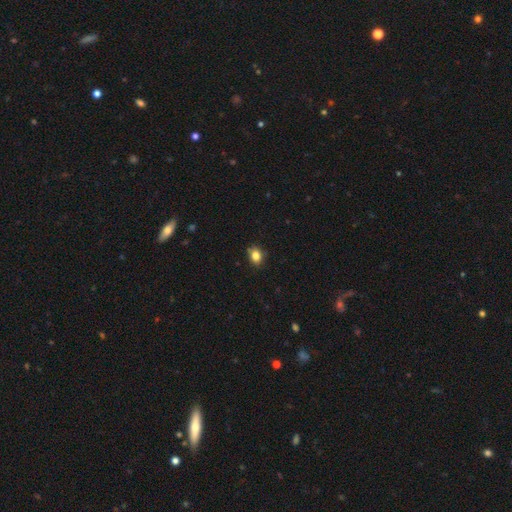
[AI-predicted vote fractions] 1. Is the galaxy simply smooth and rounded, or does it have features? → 83% smooth, 10% star or artifact, 7% featured or disk.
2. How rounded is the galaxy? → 59% in between, 40% round, 1% cigar-shaped.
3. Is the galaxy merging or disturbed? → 83% none, 13% minor disturbance, 2% major disturbance, 1% merger.